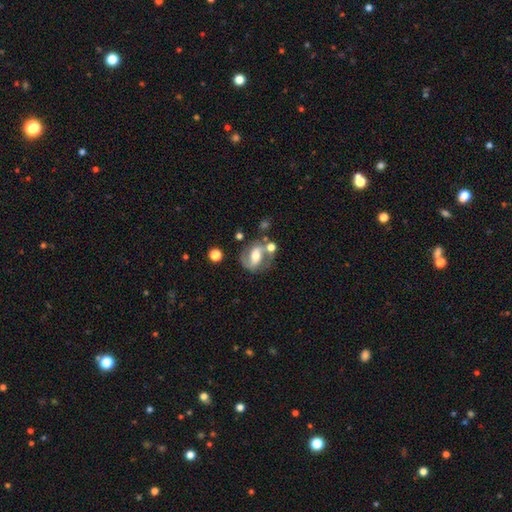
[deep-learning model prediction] A featured or disk galaxy (72%) with a strong bar (40%), 2 (83%) medium (51%) spiral arms (85%) and a moderate central bulge (65%).

Vote fractions:
- Smooth or featured? featured or disk: 72% / smooth: 20% / star or artifact: 7%
- Edge-on disk? no: 96% / yes: 4%
- Bar? strong: 40% / weak: 36% / no: 24%
- Spiral arms? yes: 85% / no: 15%
- Spiral winding? medium: 51% / loose: 25% / tight: 24%
- Spiral arm count? 2: 83% / 1: 8% / can't tell: 6% / 3: 1% / 4: 1% / more than 4: 1%
- Bulge size? moderate: 65% / small: 18% / large: 13% / none: 2% / dominant: 2%
- Merging? none: 58% / minor disturbance: 17% / merger: 15% / major disturbance: 9%